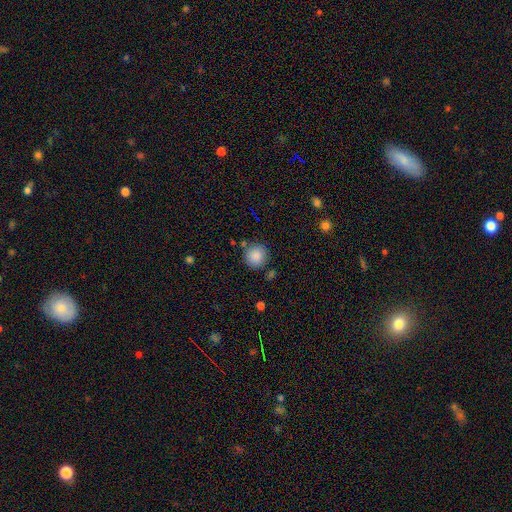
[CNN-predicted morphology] Smooth or featured?
  - smooth: 87% *
  - star or artifact: 9%
  - featured or disk: 4%
How rounded?
  - round: 93% *
  - in between: 6%
  - cigar-shaped: 1%
Merging?
  - none: 83% *
  - minor disturbance: 10%
  - merger: 4%
  - major disturbance: 3%